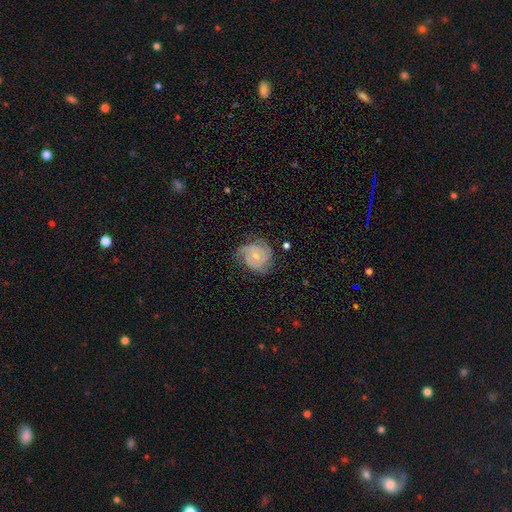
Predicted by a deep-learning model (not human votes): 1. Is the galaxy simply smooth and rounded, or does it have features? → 83% featured or disk, 12% smooth, 6% star or artifact.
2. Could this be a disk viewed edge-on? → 98% no, 2% yes.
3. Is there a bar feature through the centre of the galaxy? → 71% no, 25% weak, 4% strong.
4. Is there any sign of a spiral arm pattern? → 96% yes, 4% no.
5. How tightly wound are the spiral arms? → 65% tight, 29% medium, 6% loose.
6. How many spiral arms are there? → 35% 2, 34% 3, 16% can't tell, 6% 4, 5% 1, 4% more than 4.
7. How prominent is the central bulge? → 62% small, 34% moderate, 2% none, 1% large, 1% dominant.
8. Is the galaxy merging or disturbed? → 68% none, 22% minor disturbance, 8% major disturbance, 2% merger.